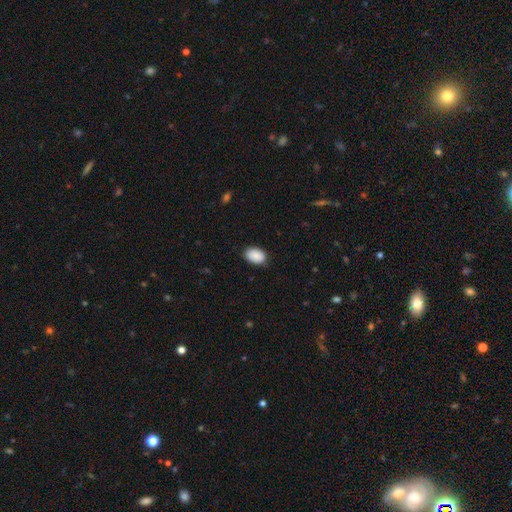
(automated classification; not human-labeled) smooth_or_featured: smooth (p=0.90) [alt: star or artifact p=0.07]
how_rounded: in between (p=0.88) [alt: round p=0.11]
merging: none (p=0.84) [alt: minor disturbance p=0.13]